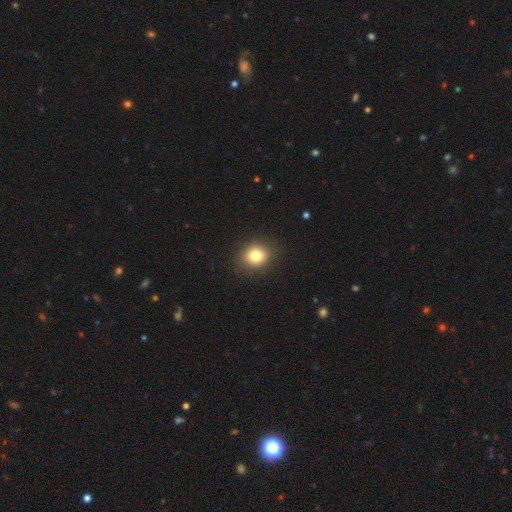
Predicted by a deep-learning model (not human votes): A smooth galaxy with no disk features (80%) that is round (74%). Merging: none (89%).